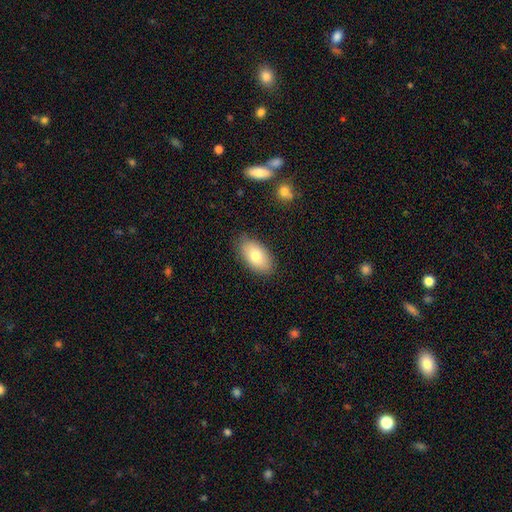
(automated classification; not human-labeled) A smooth galaxy with no disk features (76%) that is in between round and cigar-shaped (93%).

Vote fractions:
- Smooth or featured? smooth: 76% / featured or disk: 17% / star or artifact: 7%
- How rounded? in between: 93% / round: 5% / cigar-shaped: 2%
- Merging? none: 84% / minor disturbance: 12% / major disturbance: 3% / merger: 1%